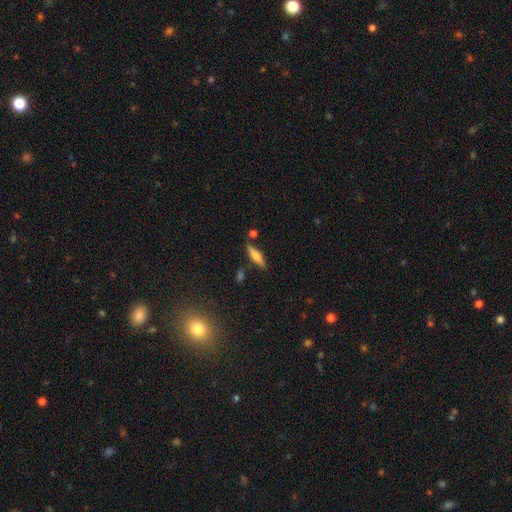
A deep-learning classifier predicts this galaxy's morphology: smooth-or-featured: smooth: 62% | featured or disk: 30% | star or artifact: 7%
  how-rounded: cigar-shaped: 57% | in between: 41% | round: 2%
  merging: none: 78% | minor disturbance: 13% | merger: 7% | major disturbance: 3%